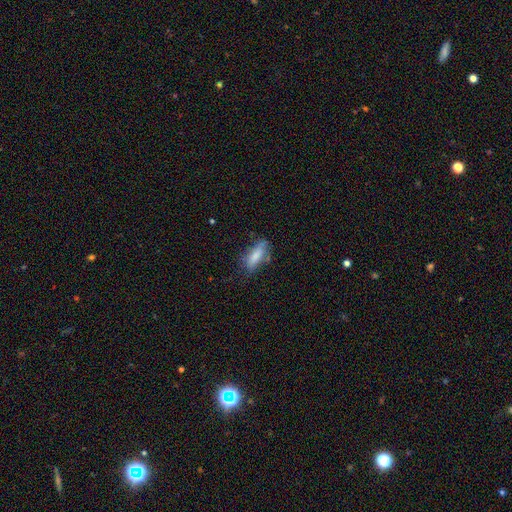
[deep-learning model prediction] This appears to be a smooth galaxy with no disk features (74%) that is in between round and cigar-shaped (55%). Merging: none (60%).